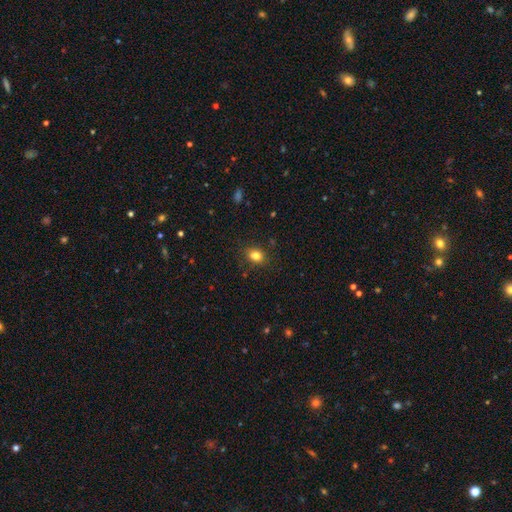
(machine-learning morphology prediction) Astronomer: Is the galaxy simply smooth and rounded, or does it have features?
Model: smooth — 81%.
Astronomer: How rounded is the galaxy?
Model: in between — 58% (runner-up: round, 41%).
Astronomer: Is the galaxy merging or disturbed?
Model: none — 83%.